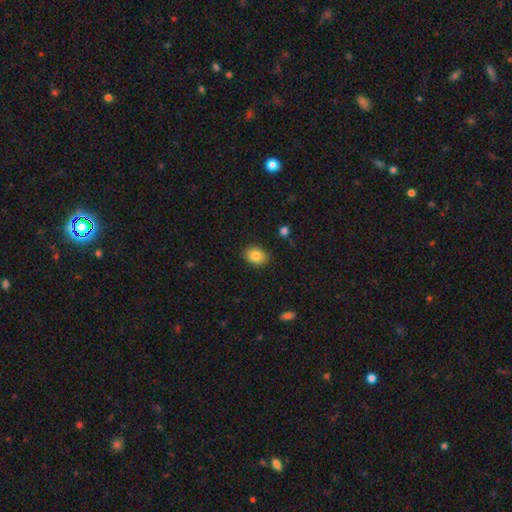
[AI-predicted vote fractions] Q: Smooth or featured?
A: smooth (84%); runner-up: star or artifact (9%)
Q: How rounded?
A: in between (57%); runner-up: round (42%)
Q: Merging?
A: none (88%); runner-up: minor disturbance (8%)